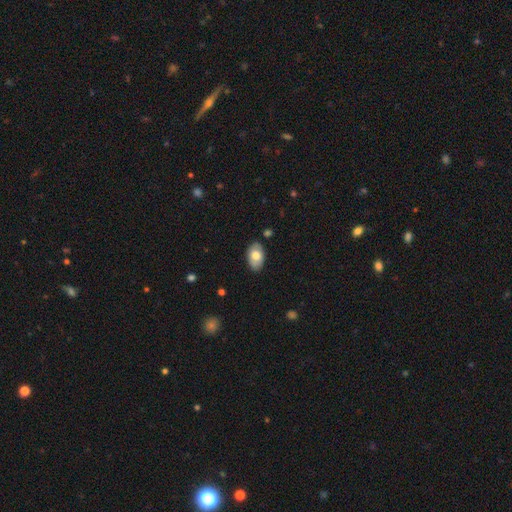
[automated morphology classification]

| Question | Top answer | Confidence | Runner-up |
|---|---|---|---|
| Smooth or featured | smooth | 71% | featured or disk (23%) |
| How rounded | in between | 92% | round (6%) |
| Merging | none | 83% | minor disturbance (13%) |